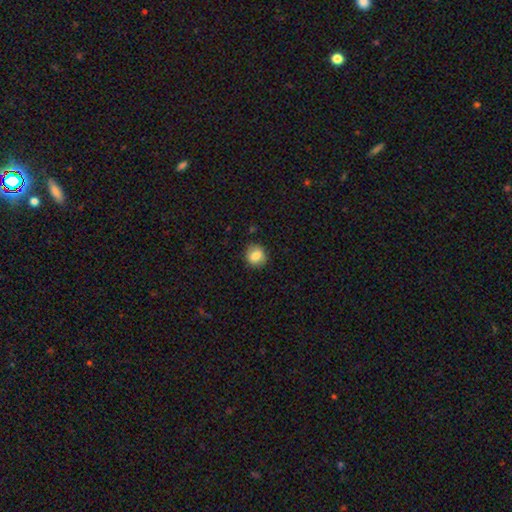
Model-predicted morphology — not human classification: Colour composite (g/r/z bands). It shows a smooth galaxy with no disk features (83%) that is round (83%). Merging: none (87%).